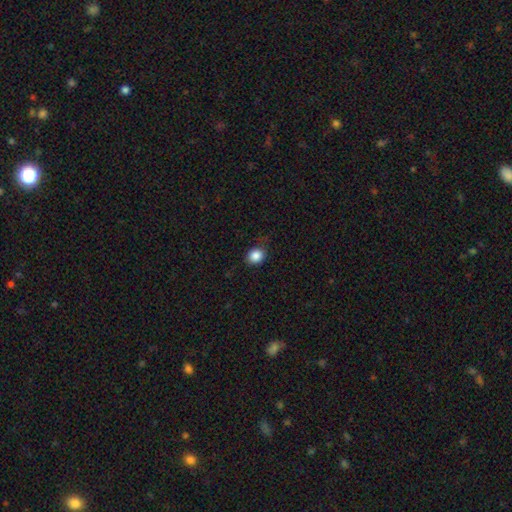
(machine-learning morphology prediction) A smooth galaxy with no disk features (86%) that is round (70%). Merging: none (79%).